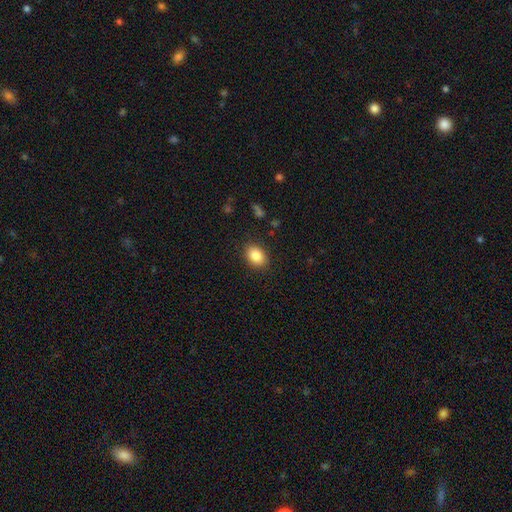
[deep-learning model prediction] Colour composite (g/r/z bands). It shows a smooth galaxy with no disk features (86%) that is in between round and cigar-shaped (75%). Merging: none (88%).